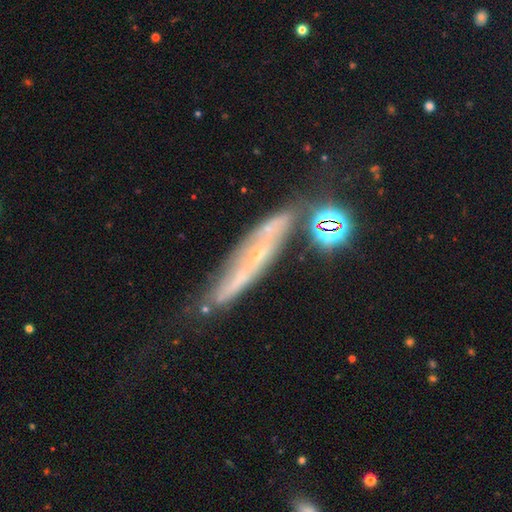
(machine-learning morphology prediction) Smooth or featured? featured or disk (69%)
Edge-on disk? yes (51%)
Merging? none (51%)